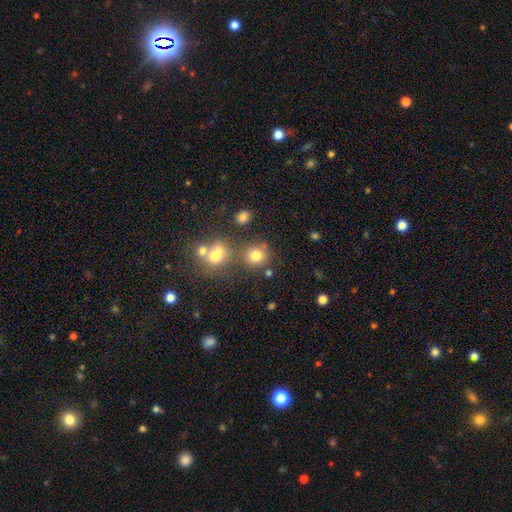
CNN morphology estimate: The model was most divided on "merging": none: 65%, merger: 19%, minor disturbance: 11%, major disturbance: 5%. More confident: how rounded — round (86%); smooth or featured — smooth (75%).